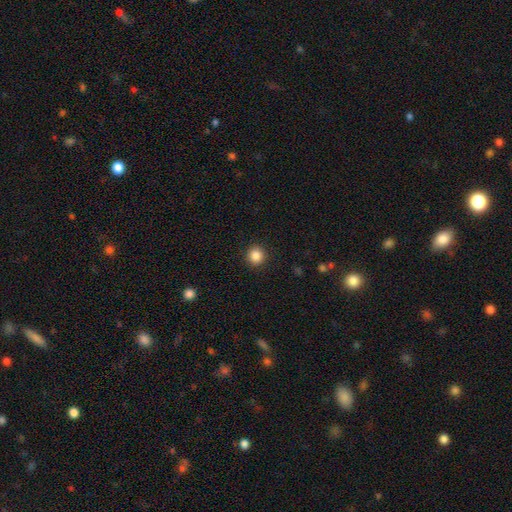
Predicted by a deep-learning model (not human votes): This appears to be a smooth galaxy with no disk features (86%) that is round (92%). Merging: none (92%).